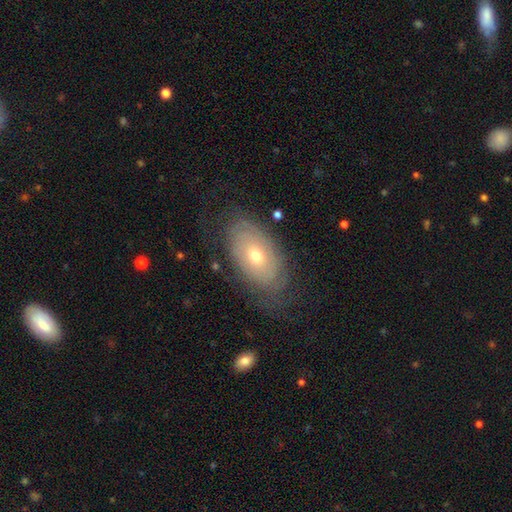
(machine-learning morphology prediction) Q: Smooth or featured?
A: featured or disk (59%); runner-up: smooth (32%)
Q: Edge-on disk?
A: no (91%); runner-up: yes (9%)
Q: Bar?
A: no (83%); runner-up: weak (14%)
Q: Spiral arms?
A: yes (68%); runner-up: no (32%)
Q: Bulge size?
A: moderate (53%); runner-up: small (42%)
Q: Merging?
A: none (73%); runner-up: minor disturbance (18%)